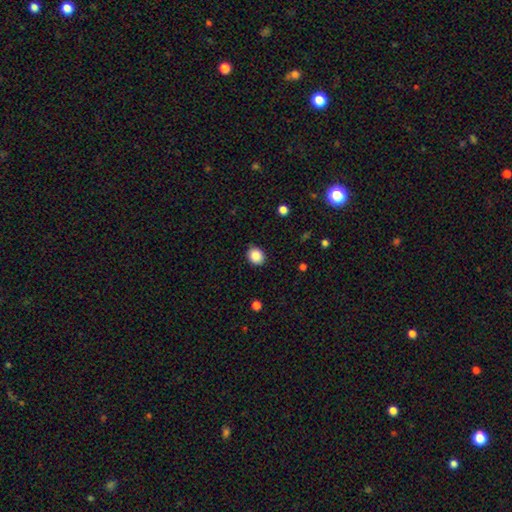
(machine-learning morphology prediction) Overall: smooth (87%). How rounded: round (66%; in between 33%). Merging: none (87%).